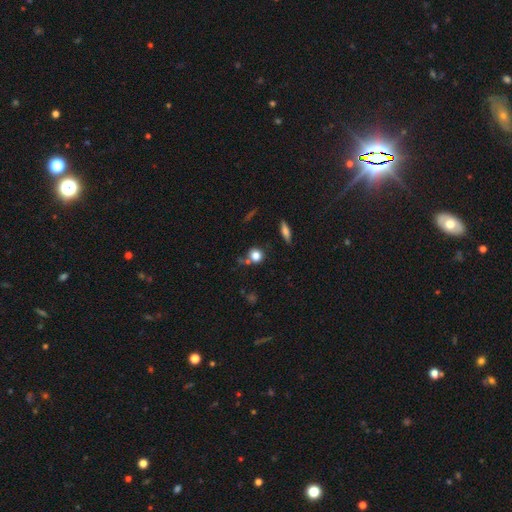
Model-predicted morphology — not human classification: Smooth or featured?
  - smooth: 80% *
  - star or artifact: 12%
  - featured or disk: 8%
How rounded?
  - round: 85% *
  - in between: 13%
  - cigar-shaped: 2%
Merging?
  - none: 64% *
  - merger: 15%
  - minor disturbance: 15%
  - major disturbance: 7%